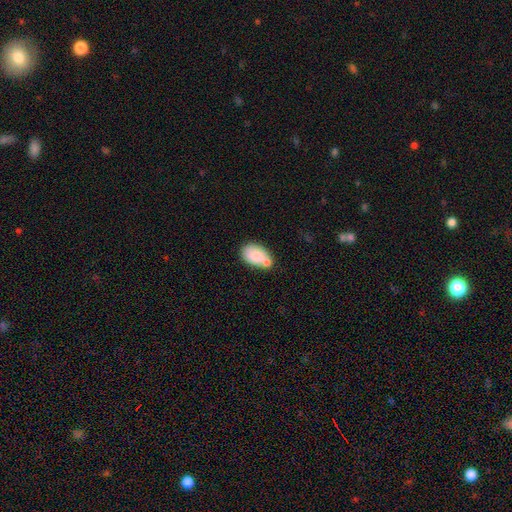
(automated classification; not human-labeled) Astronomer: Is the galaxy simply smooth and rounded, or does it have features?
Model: smooth — 80%.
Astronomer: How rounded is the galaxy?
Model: in between — 90%.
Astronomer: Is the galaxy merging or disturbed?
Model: none — 47% (runner-up: merger, 30%).